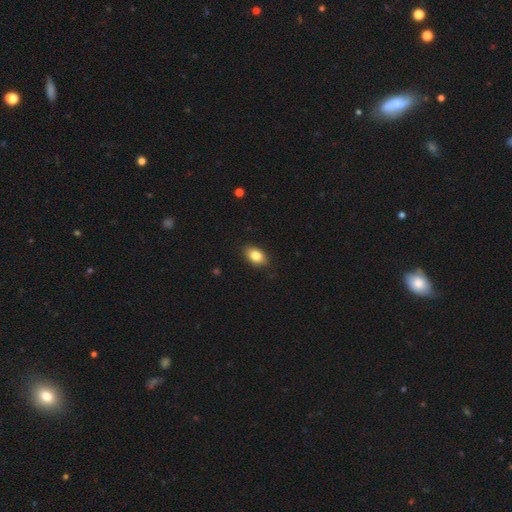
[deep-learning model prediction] smooth-or-featured: smooth: 84% | featured or disk: 8% | star or artifact: 8%
  how-rounded: in between: 87% | round: 11% | cigar-shaped: 2%
  merging: none: 87% | minor disturbance: 10% | major disturbance: 2% | merger: 1%